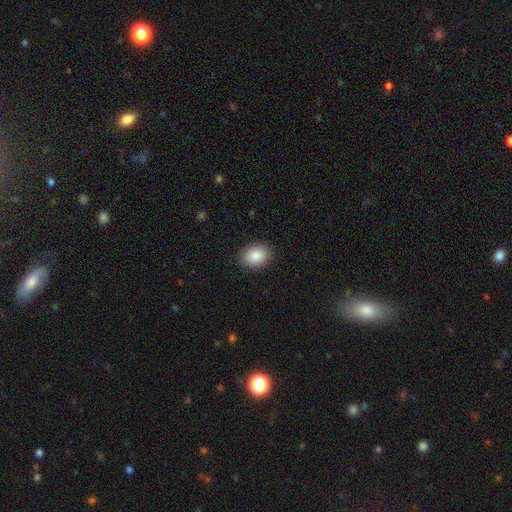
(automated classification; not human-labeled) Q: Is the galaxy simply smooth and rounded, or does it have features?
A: smooth — 87%.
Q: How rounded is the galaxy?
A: in between — 69%.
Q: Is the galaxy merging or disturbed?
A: none — 87%.